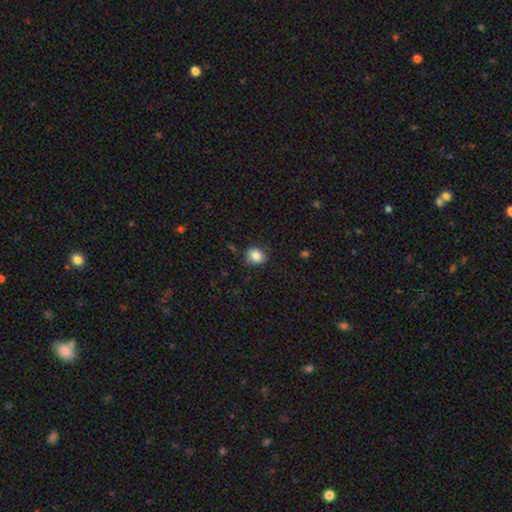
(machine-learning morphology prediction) type=smooth (85%); roundness=round (65%); merging=none (79%).